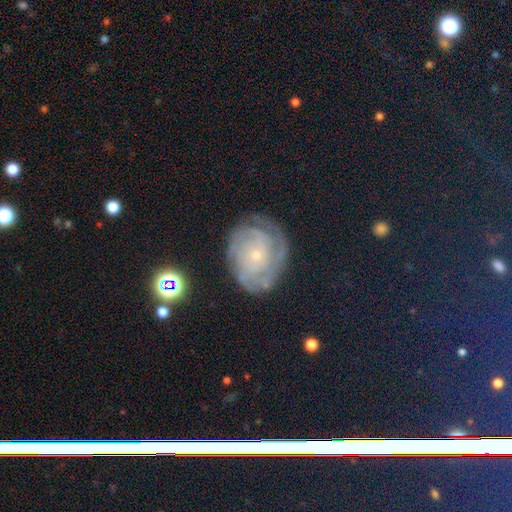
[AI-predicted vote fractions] A featured or disk galaxy (77%) with no bar (81%), tight (74%) spiral arms (92%) and a small central bulge (83%).

Vote fractions:
- Smooth or featured? featured or disk: 77% / smooth: 13% / star or artifact: 10%
- Edge-on disk? no: 97% / yes: 3%
- Bar? no: 81% / weak: 15% / strong: 3%
- Spiral arms? yes: 92% / no: 8%
- Spiral winding? tight: 74% / medium: 21% / loose: 5%
- Spiral arm count? can't tell: 42% / 2: 18% / 3: 16% / 4: 10% / more than 4: 7% / 1: 7%
- Bulge size? small: 83% / moderate: 13% / none: 2% / large: 1% / dominant: 1%
- Merging? none: 72% / minor disturbance: 19% / major disturbance: 8% / merger: 2%